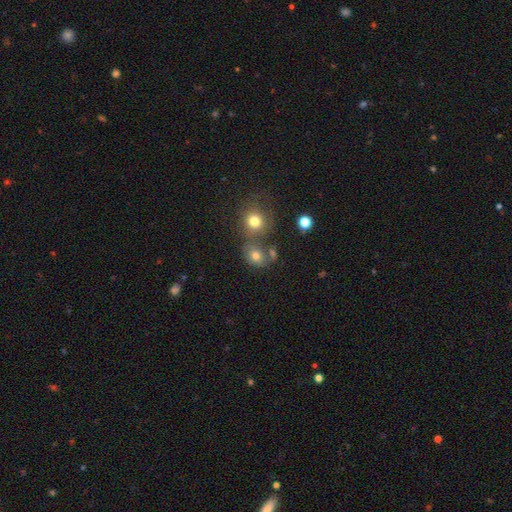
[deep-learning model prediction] Overall: smooth (74%). How rounded: round (66%; in between 32%). Merging: none (55%; merger 27%).